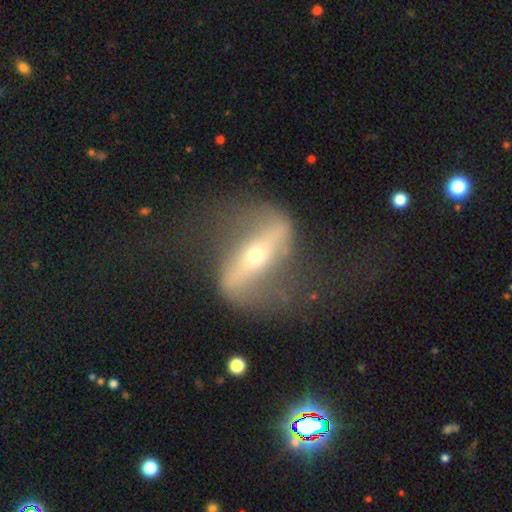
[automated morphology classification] Smooth or featured?
  - featured or disk: 85% *
  - smooth: 8%
  - star or artifact: 7%
Edge-on disk?
  - no: 83% *
  - yes: 17%
Bar?
  - strong: 77% *
  - weak: 12%
  - no: 11%
Spiral arms?
  - yes: 83% *
  - no: 17%
Spiral winding?
  - loose: 71% *
  - medium: 21%
  - tight: 8%
Spiral arm count?
  - 2: 92% *
  - can't tell: 3%
  - 1: 2%
  - 3: 1%
  - 4: 1%
  - more than 4: 1%
Bulge size?
  - small: 65% *
  - moderate: 30%
  - large: 2%
  - dominant: 2%
  - none: 1%
Merging?
  - none: 62% *
  - major disturbance: 19%
  - minor disturbance: 16%
  - merger: 3%